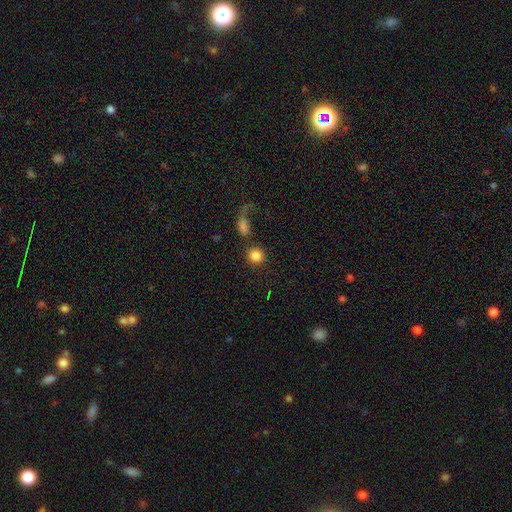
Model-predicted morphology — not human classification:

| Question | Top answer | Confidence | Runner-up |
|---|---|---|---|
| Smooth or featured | smooth | 84% | star or artifact (9%) |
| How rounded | round | 88% | in between (10%) |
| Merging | none | 68% | merger (16%) |